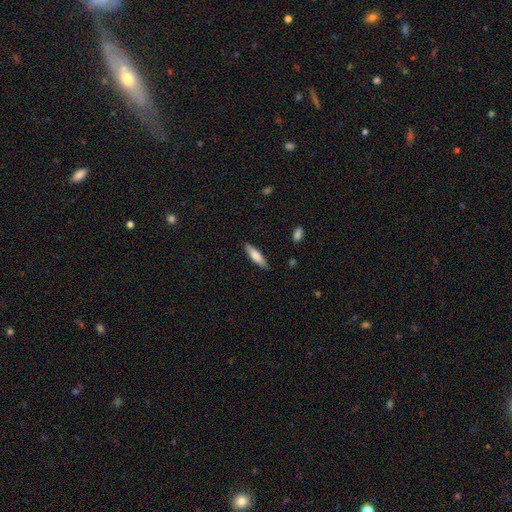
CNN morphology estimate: This appears to be a smooth galaxy with no disk features (70%) that is cigar-shaped (71%). Merging: none (86%).